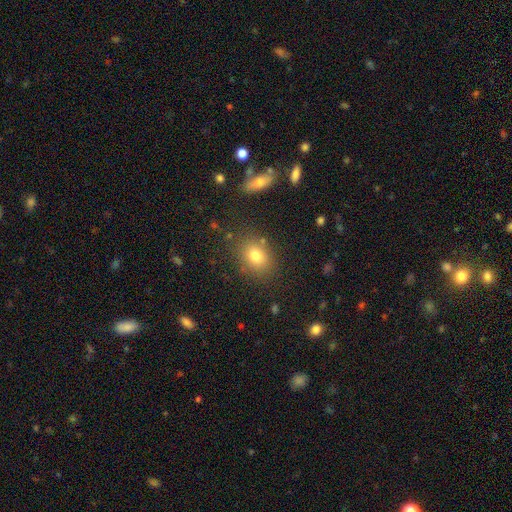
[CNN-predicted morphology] smooth 77%, star or artifact 13%, featured or disk 10%. Down the decision tree: how rounded — in between (57%); merging — none (81%).